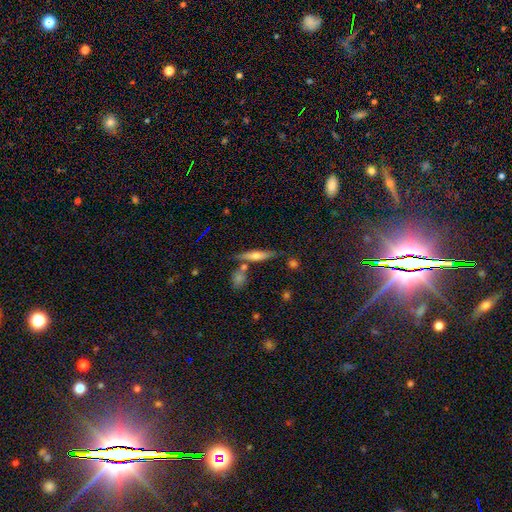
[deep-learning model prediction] smooth-or-featured: smooth: 52% | featured or disk: 41% | star or artifact: 8%
  how-rounded: cigar-shaped: 82% | in between: 15% | round: 3%
  merging: none: 71% | minor disturbance: 13% | merger: 12% | major disturbance: 4%